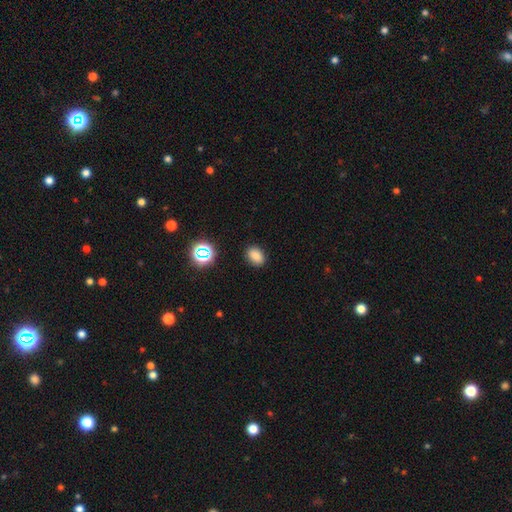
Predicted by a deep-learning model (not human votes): Smooth or featured: smooth — 80% (star or artifact — 14%)
How rounded: in between — 74% (round — 25%)
Merging: none — 88% (minor disturbance — 8%)